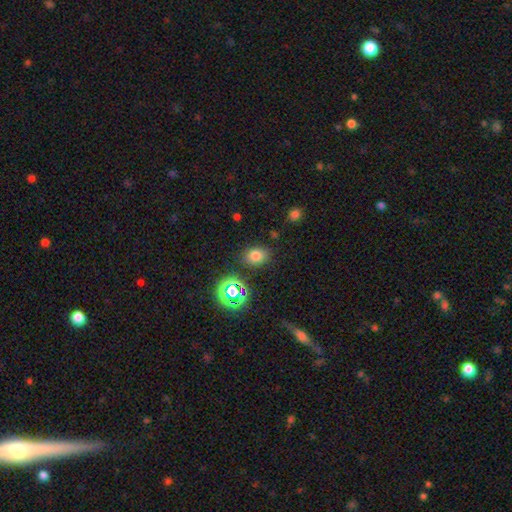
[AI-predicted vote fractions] Smooth or featured? smooth (72%)
How rounded? in between (60%)
Merging? none (82%)